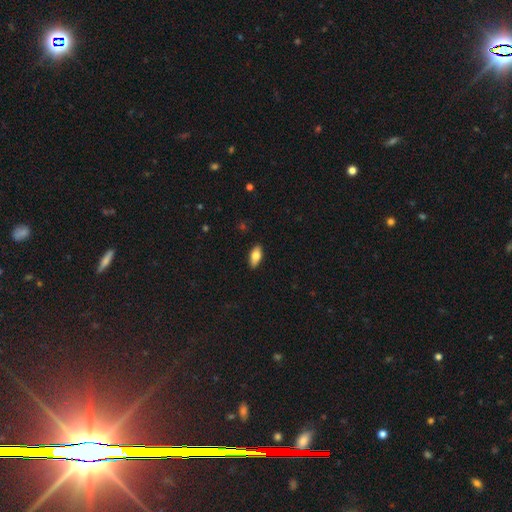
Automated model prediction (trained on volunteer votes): The model was most divided on "smooth or featured": smooth: 75%, featured or disk: 18%, star or artifact: 6%. More confident: merging — none (88%); how rounded — in between (86%).